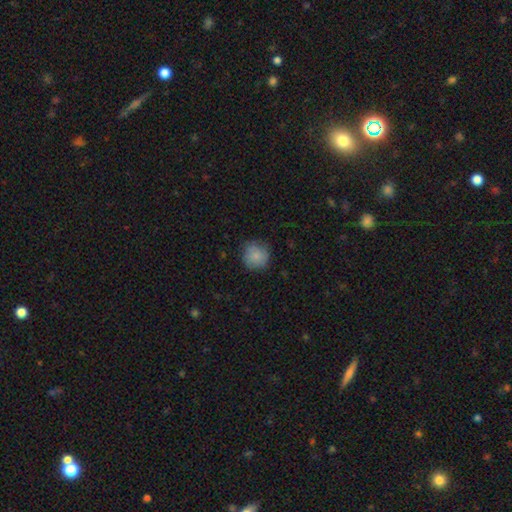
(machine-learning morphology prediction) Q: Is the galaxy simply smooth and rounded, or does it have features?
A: smooth — 84%.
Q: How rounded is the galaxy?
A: round — 91%.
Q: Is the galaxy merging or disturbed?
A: none — 76%.